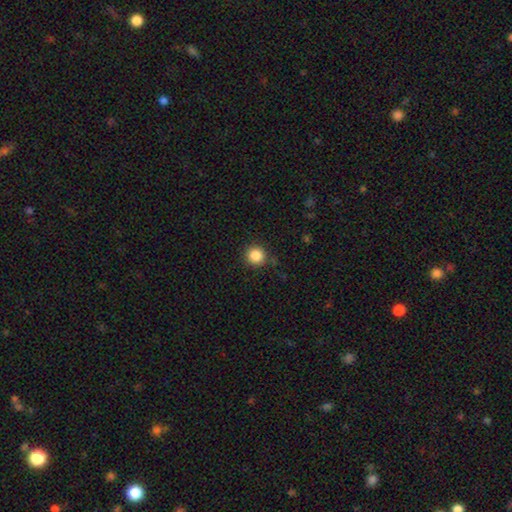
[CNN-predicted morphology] Overall: smooth (86%). How rounded: round (94%). Merging: none (89%).